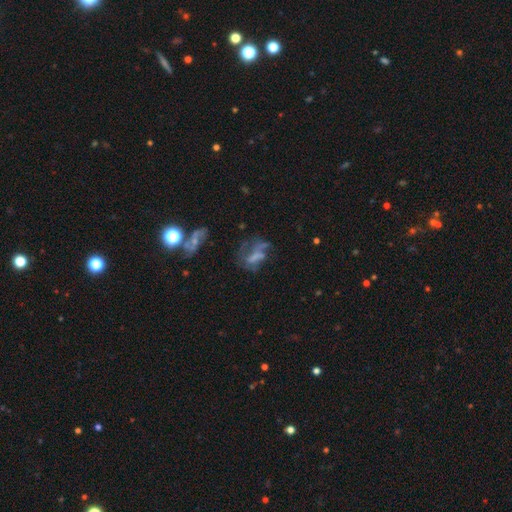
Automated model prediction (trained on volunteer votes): Smooth or featured: featured or disk — 49% (smooth — 33%)
Merging: major disturbance — 42% (none — 29%)